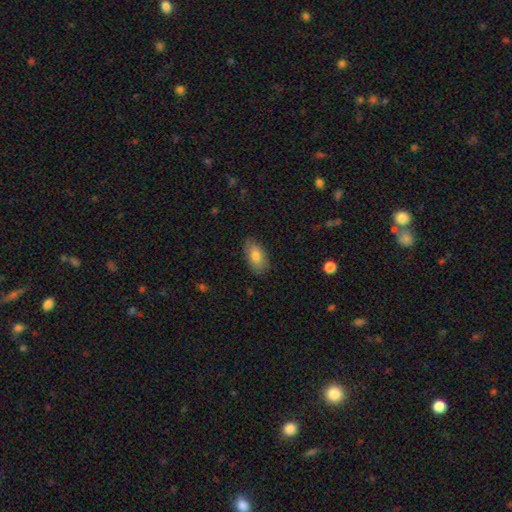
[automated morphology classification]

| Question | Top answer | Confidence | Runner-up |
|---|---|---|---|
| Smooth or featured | smooth | 79% | featured or disk (14%) |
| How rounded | in between | 92% | round (4%) |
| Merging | none | 82% | minor disturbance (14%) |